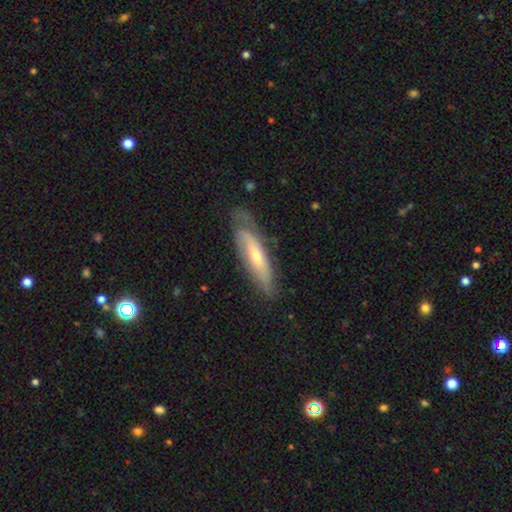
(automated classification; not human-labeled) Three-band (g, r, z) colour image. It shows a featured or disk galaxy (58%). Merging: none (64%).